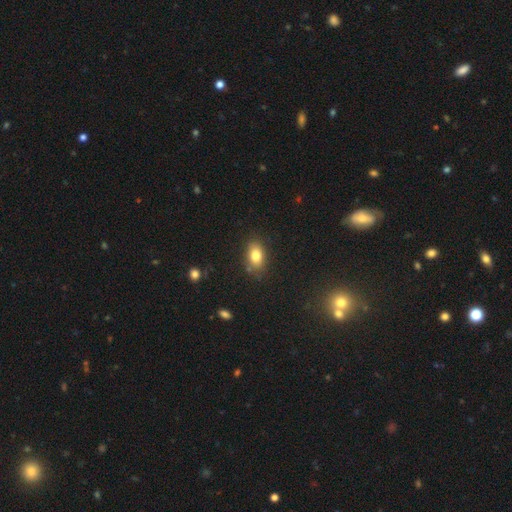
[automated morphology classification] This is clearly a smooth galaxy (81%). How rounded: clearly in between (85%). Merging: clearly none (81%).